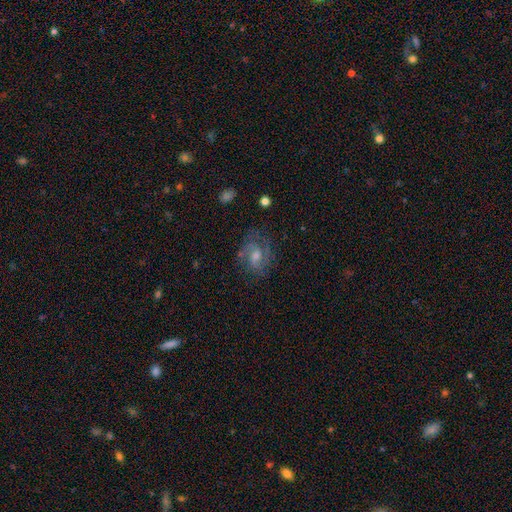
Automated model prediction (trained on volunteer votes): Morphology: type=featured or disk (71%); edge-on=no (97%); bar=weak (48%); spiral arms=yes (90%); winding=medium (47%); arm count=2 (54%); bulge=moderate (55%); merging=none (71%).